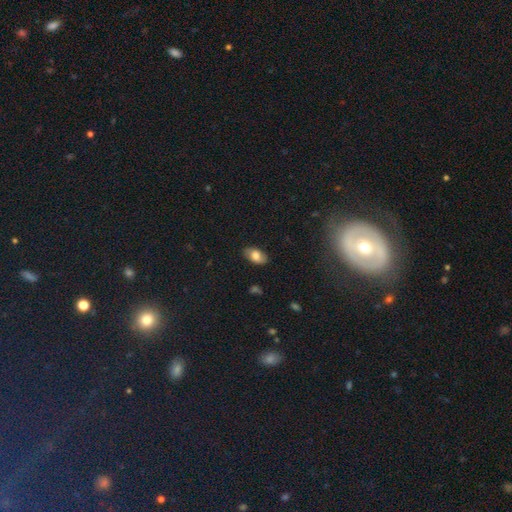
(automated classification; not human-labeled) Overall: smooth (74%). How rounded: in between (93%). Merging: none (85%).